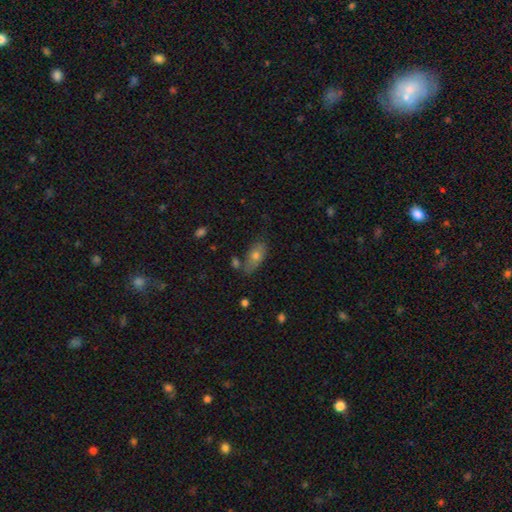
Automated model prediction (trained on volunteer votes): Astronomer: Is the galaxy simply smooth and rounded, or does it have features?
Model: smooth — 67%.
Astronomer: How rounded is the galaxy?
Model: in between — 81%.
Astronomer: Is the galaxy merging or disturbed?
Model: none — 67%.